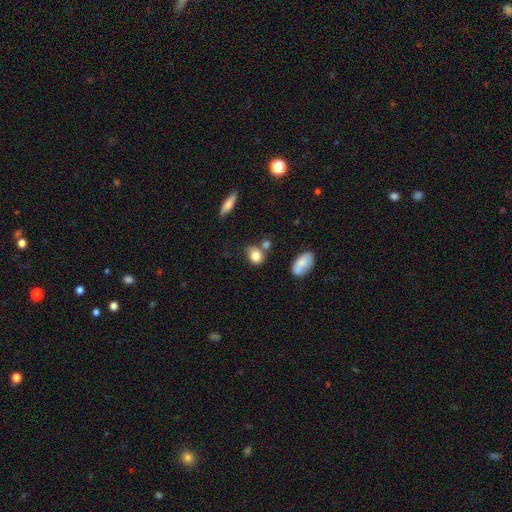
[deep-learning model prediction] The model was most divided on "how rounded": round: 50%, in between: 48%, cigar-shaped: 2%. More confident: smooth or featured — smooth (82%); merging — none (56%).